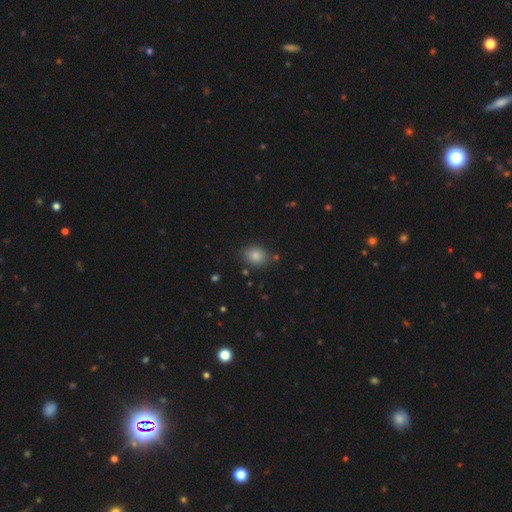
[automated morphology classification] This appears to be a smooth galaxy with no disk features (84%) that is in between round and cigar-shaped (50%). Merging: none (82%).